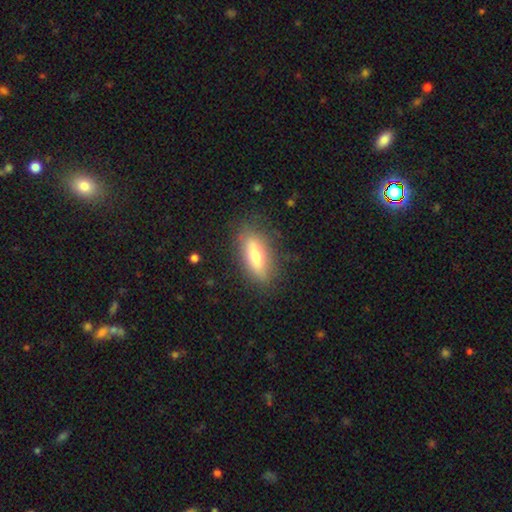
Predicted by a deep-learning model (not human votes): Morphology: type=smooth (58%); roundness=in between (59%); merging=none (83%).